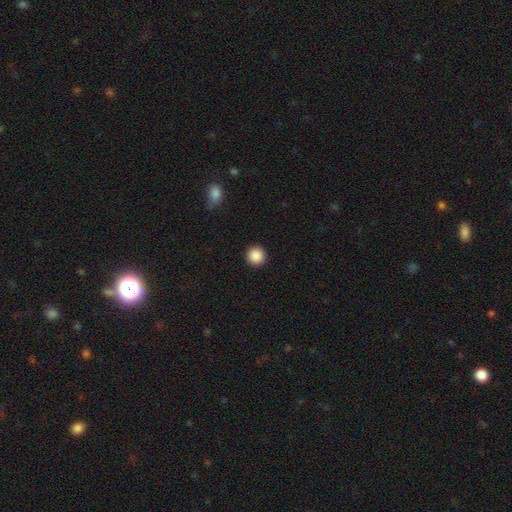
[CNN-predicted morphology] smooth 88%, star or artifact 9%, featured or disk 2%. Down the decision tree: how rounded — round (96%); merging — none (93%).